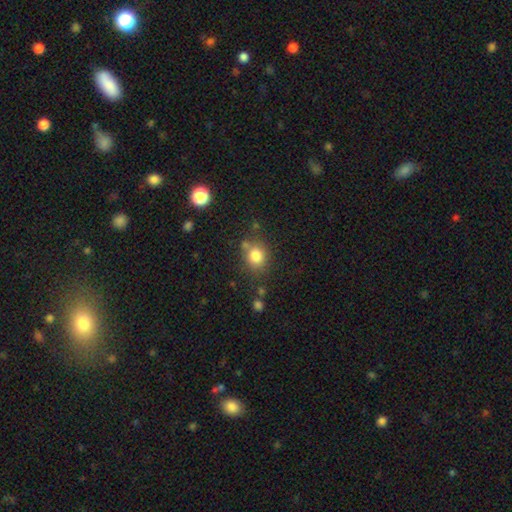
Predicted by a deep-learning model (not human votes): Q: Smooth or featured?
A: smooth (81%); runner-up: star or artifact (11%)
Q: How rounded?
A: round (72%); runner-up: in between (27%)
Q: Merging?
A: none (73%); runner-up: minor disturbance (14%)